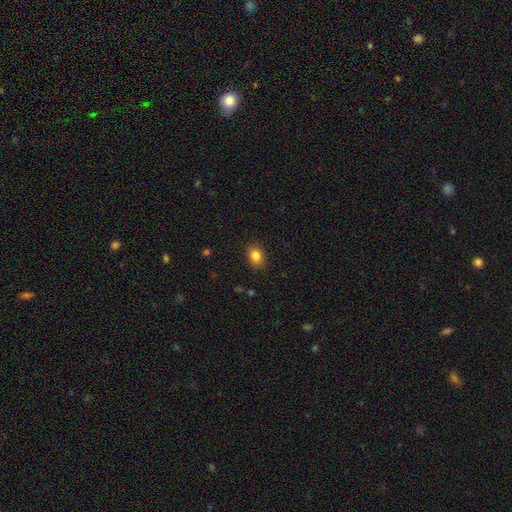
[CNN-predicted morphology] A smooth galaxy with no disk features (85%) that is in between round and cigar-shaped (71%). Merging: none (88%).